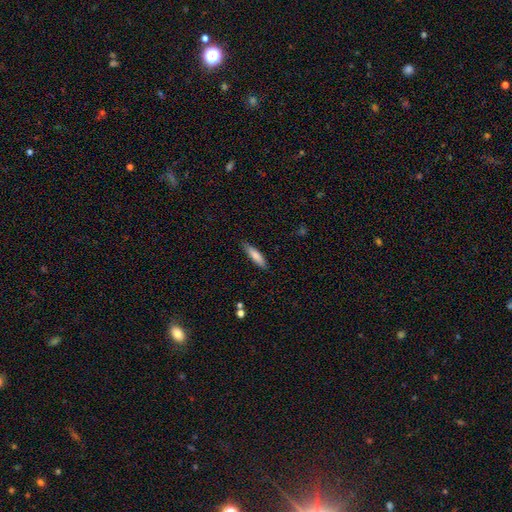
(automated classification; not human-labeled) Smooth or featured?
  - smooth: 78% *
  - featured or disk: 15%
  - star or artifact: 6%
How rounded?
  - cigar-shaped: 76% *
  - in between: 22%
  - round: 1%
Merging?
  - none: 85% *
  - minor disturbance: 12%
  - major disturbance: 2%
  - merger: 1%